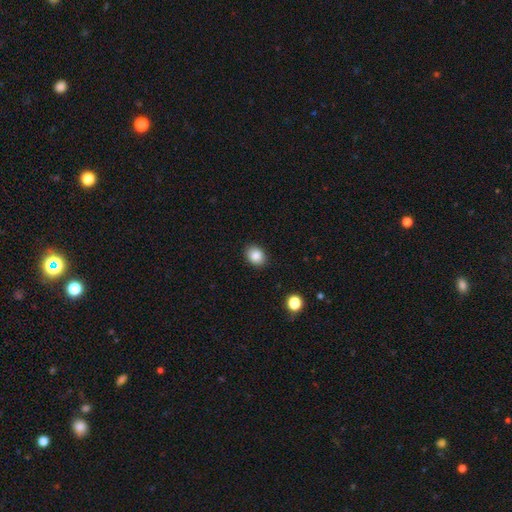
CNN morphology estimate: type=smooth (86%); roundness=in between (55%); merging=none (89%).